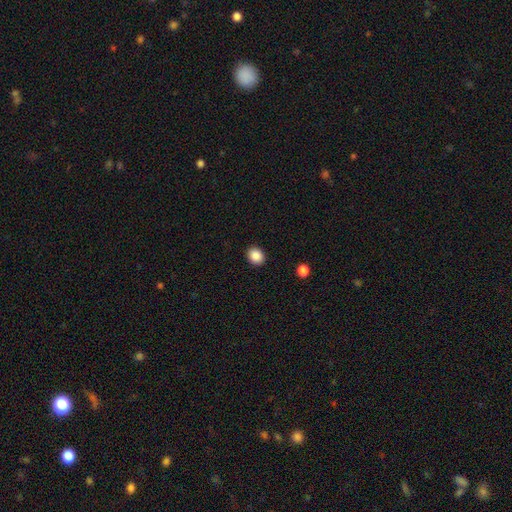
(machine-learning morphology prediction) smooth-or-featured: smooth: 88% | star or artifact: 9% | featured or disk: 3%
  how-rounded: round: 62% | in between: 37% | cigar-shaped: 1%
  merging: none: 91% | minor disturbance: 6% | major disturbance: 2% | merger: 1%